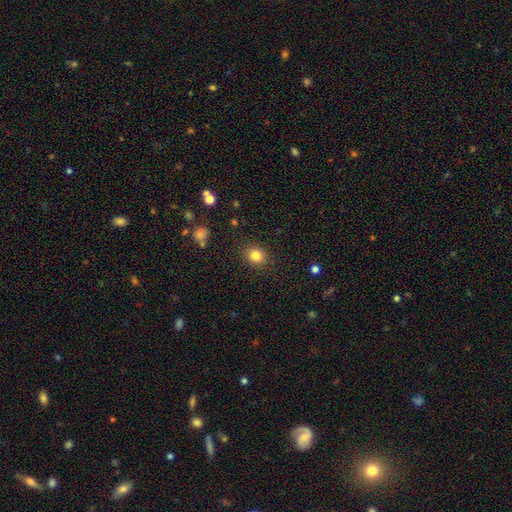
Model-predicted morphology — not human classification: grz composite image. It shows a smooth galaxy with no disk features (83%) that is round (73%). Merging: none (88%).